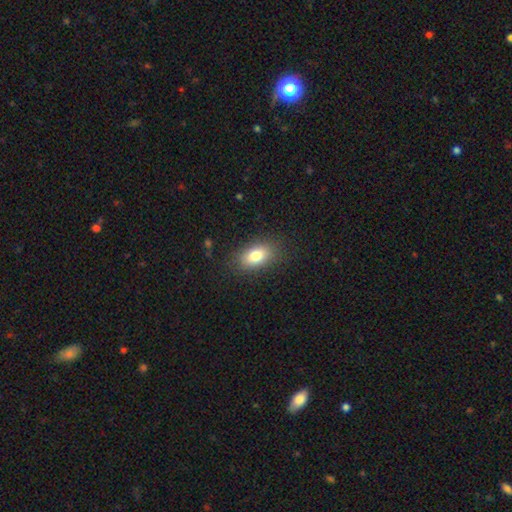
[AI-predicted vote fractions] A smooth galaxy with no disk features (80%) that is in between round and cigar-shaped (88%).

Vote fractions:
- Smooth or featured? smooth: 80% / featured or disk: 11% / star or artifact: 9%
- How rounded? in between: 88% / round: 8% / cigar-shaped: 3%
- Merging? none: 85% / minor disturbance: 11% / major disturbance: 4% / merger: 1%